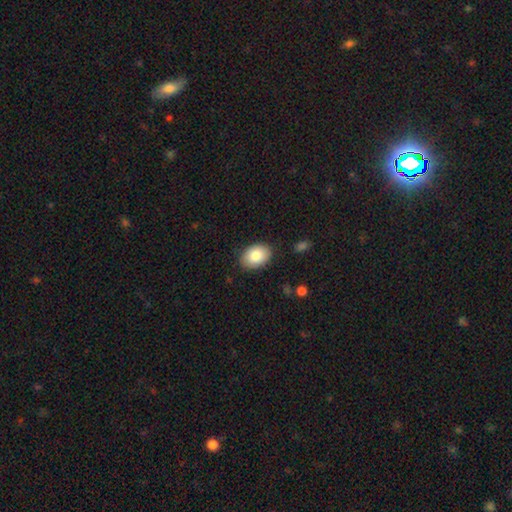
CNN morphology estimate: Smooth or featured?
  - smooth: 85% *
  - featured or disk: 9%
  - star or artifact: 6%
How rounded?
  - in between: 85% *
  - round: 14%
  - cigar-shaped: 1%
Merging?
  - none: 85% *
  - minor disturbance: 11%
  - major disturbance: 2%
  - merger: 1%